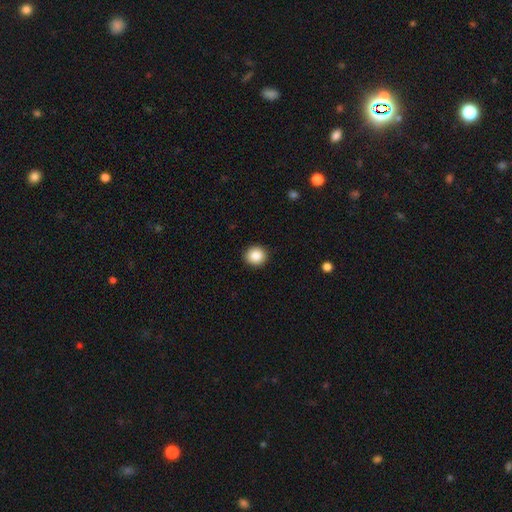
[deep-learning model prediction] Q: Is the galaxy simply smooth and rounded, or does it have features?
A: smooth — 87%.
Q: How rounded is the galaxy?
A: round — 89%.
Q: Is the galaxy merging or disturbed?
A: none — 92%.